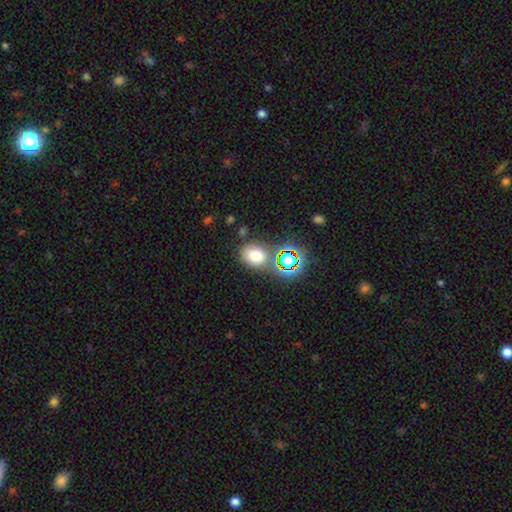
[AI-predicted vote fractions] The model was most divided on "how rounded": in between: 55%, round: 44%, cigar-shaped: 1%. More confident: merging — none (71%); smooth or featured — smooth (69%).